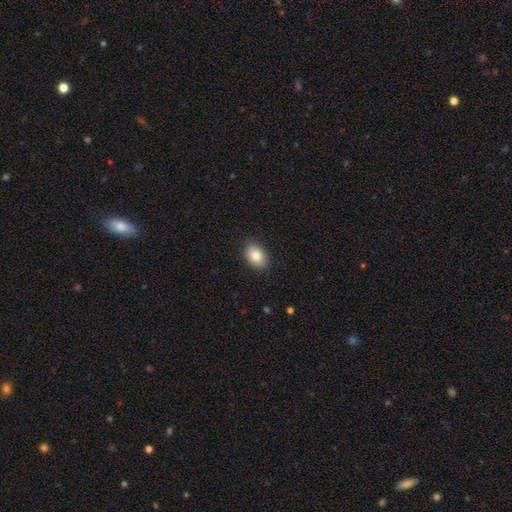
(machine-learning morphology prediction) Smooth or featured? Predicted: smooth (p=0.85). How rounded? Predicted: in between (p=0.86). Merging? Predicted: none (p=0.88).